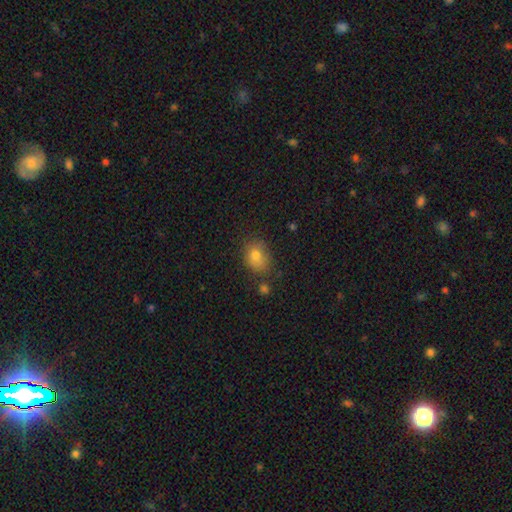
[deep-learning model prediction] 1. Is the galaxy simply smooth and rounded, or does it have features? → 77% smooth, 13% star or artifact, 9% featured or disk.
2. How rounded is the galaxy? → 53% in between, 46% round, 1% cigar-shaped.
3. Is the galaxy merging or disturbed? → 72% none, 18% minor disturbance, 7% merger, 4% major disturbance.